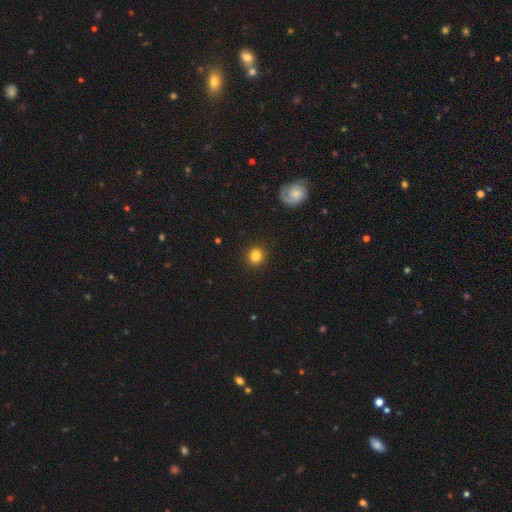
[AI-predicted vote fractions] Smooth or featured? smooth (84%)
How rounded? round (88%)
Merging? none (91%)